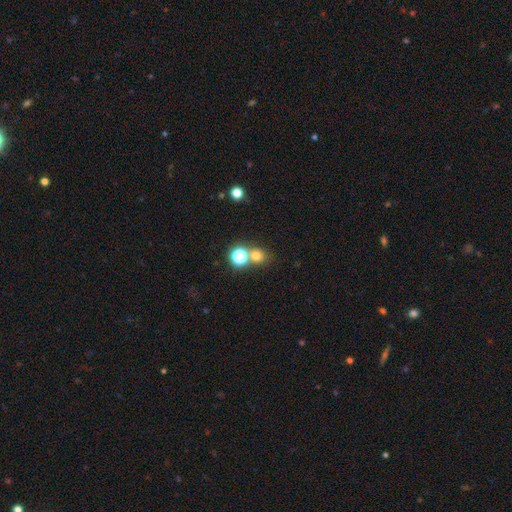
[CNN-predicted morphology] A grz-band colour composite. It shows a smooth galaxy with no disk features (69%) that is round (81%). Merging: none (61%).